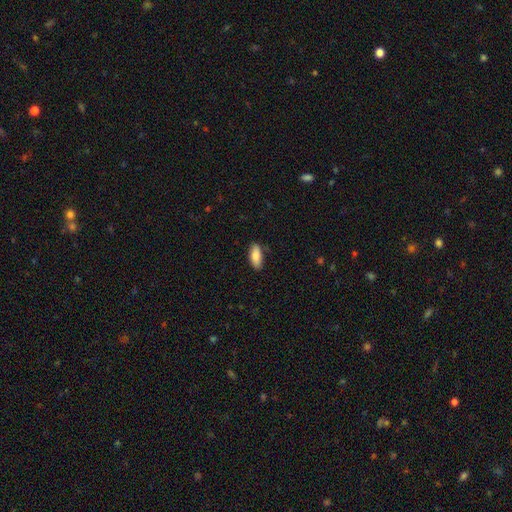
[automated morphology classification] A smooth galaxy with no disk features (86%) that is in between round and cigar-shaped (84%). Merging: none (84%).